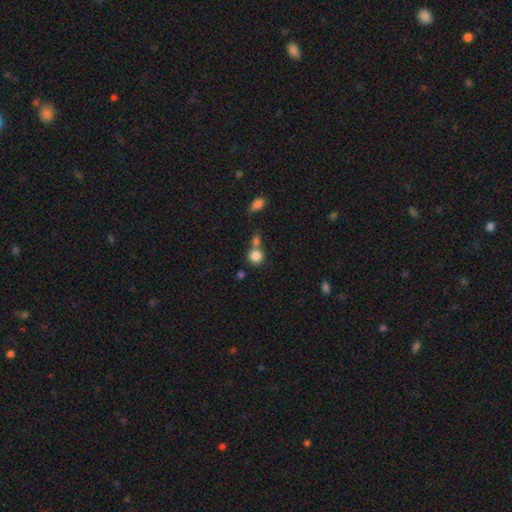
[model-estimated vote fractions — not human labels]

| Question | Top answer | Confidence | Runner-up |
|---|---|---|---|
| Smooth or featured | smooth | 84% | star or artifact (10%) |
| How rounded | round | 86% | in between (13%) |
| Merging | none | 53% | merger (34%) |